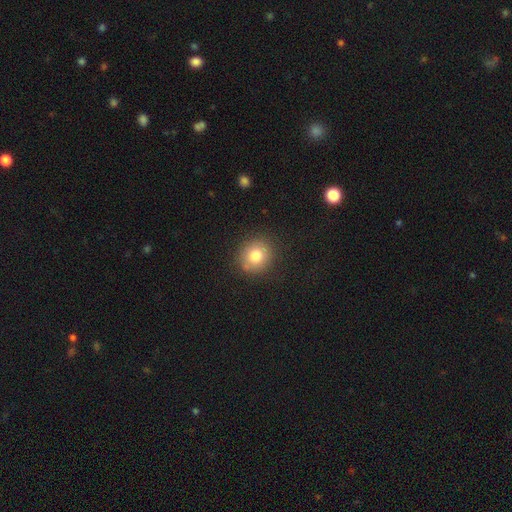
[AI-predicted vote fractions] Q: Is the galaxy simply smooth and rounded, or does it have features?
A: smooth — 80%.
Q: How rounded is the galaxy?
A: round — 84%.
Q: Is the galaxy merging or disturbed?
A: none — 84%.